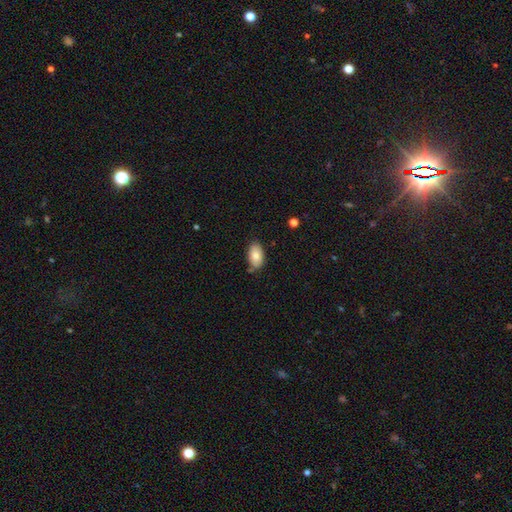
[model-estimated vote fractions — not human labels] Smooth or featured? Predicted: smooth (p=0.80). How rounded? Predicted: in between (p=0.93). Merging? Predicted: none (p=0.74).